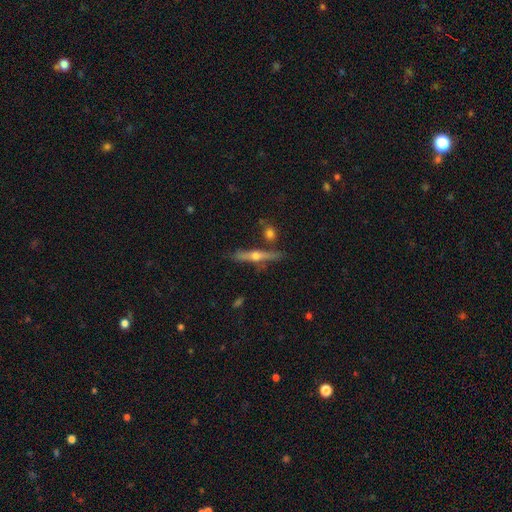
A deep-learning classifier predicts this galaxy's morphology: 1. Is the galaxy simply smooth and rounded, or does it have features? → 71% featured or disk, 22% smooth, 7% star or artifact.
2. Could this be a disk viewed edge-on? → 96% yes, 4% no.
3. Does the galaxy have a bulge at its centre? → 92% rounded, 5% none, 3% boxy.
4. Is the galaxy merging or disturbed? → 80% none, 11% minor disturbance, 6% merger, 3% major disturbance.